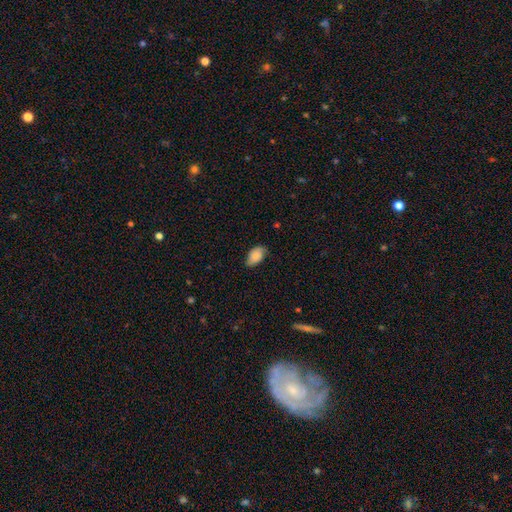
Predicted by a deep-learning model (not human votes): The model was most divided on "merging": none: 67%, minor disturbance: 26%, major disturbance: 6%, merger: 1%. More confident: how rounded — in between (92%); smooth or featured — smooth (77%).